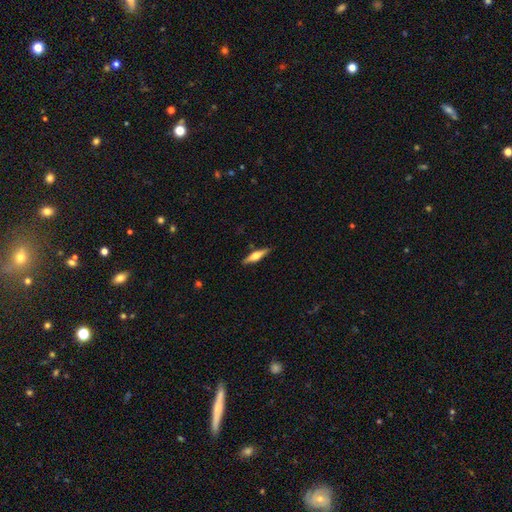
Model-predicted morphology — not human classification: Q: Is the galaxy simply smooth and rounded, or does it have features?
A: featured or disk — 59%.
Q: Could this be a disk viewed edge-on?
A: yes — 96%.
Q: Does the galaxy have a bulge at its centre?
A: rounded — 92%.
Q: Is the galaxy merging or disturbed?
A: none — 89%.